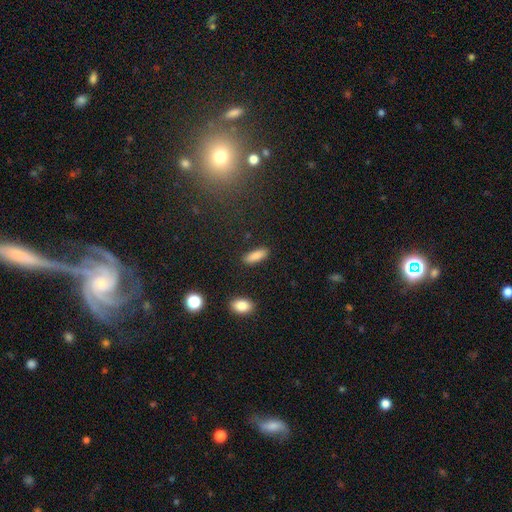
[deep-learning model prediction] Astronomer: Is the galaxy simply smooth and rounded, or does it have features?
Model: smooth — 87%.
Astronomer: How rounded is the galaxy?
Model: in between — 64%.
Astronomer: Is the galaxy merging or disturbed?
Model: none — 88%.